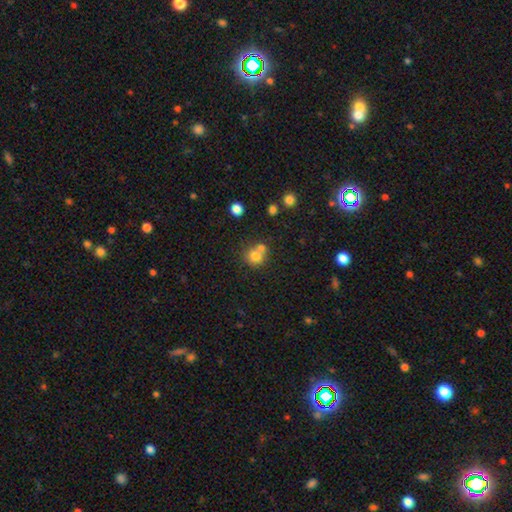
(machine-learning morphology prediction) smooth-or-featured: smooth: 76% | star or artifact: 12% | featured or disk: 12%
  how-rounded: round: 84% | in between: 15% | cigar-shaped: 1%
  merging: none: 47% | merger: 42% | minor disturbance: 8% | major disturbance: 3%